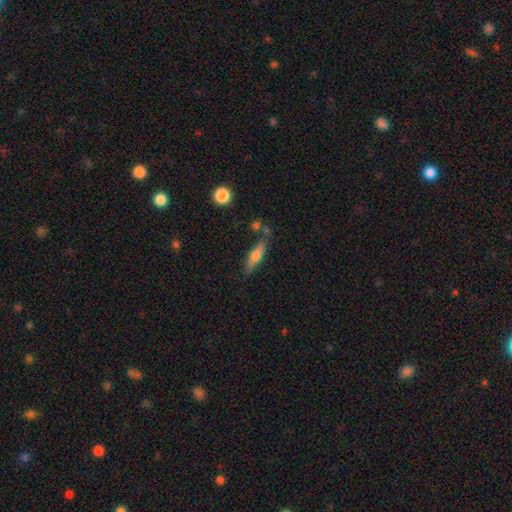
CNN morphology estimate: Smooth or featured? smooth (56%)
How rounded? cigar-shaped (70%)
Merging? none (72%)